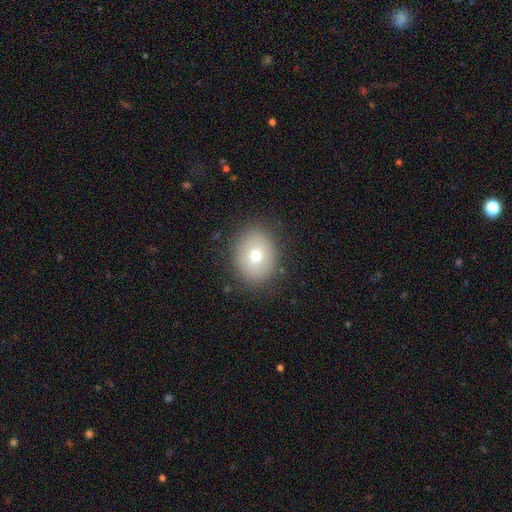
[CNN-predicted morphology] Overall: smooth (69%). How rounded: in between (52%; round 47%). Merging: none (86%).